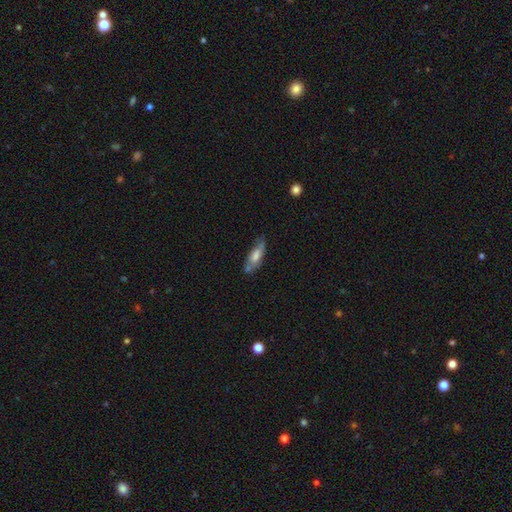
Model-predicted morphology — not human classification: type=smooth (53%); roundness=in between (61%); merging=none (60%).